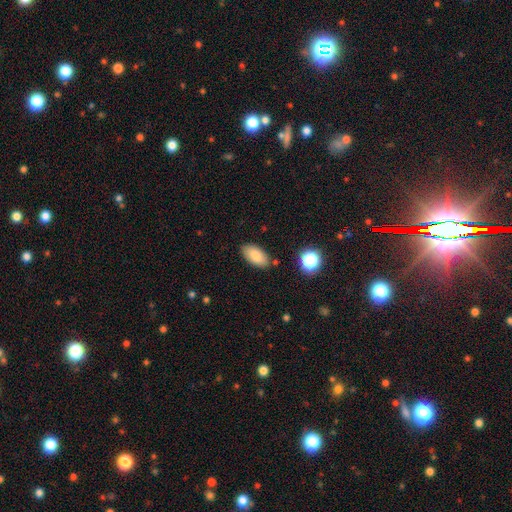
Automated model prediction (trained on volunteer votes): Morphology: type=smooth (83%); roundness=in between (93%); merging=none (83%).